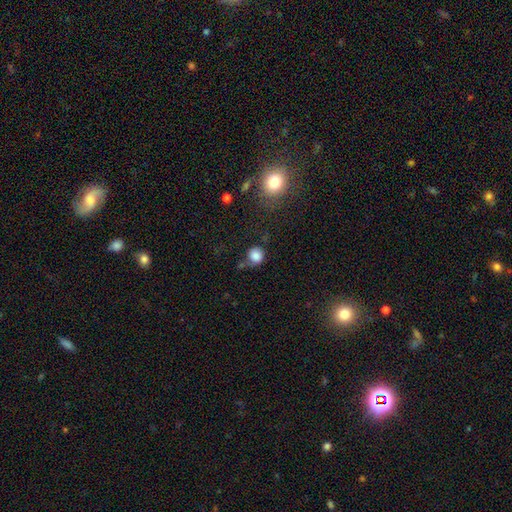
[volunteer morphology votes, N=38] Smooth or featured? 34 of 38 (89%) said smooth. How rounded? 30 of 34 (88%) said round. Merging? 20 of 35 (57%) said none.